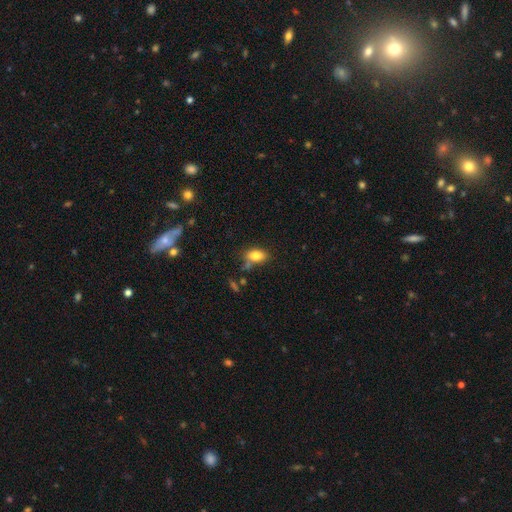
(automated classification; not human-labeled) A smooth galaxy with no disk features (81%) that is in between round and cigar-shaped (87%).

Vote fractions:
- Smooth or featured? smooth: 81% / featured or disk: 10% / star or artifact: 9%
- How rounded? in between: 87% / round: 9% / cigar-shaped: 4%
- Merging? none: 63% / minor disturbance: 21% / merger: 10% / major disturbance: 6%